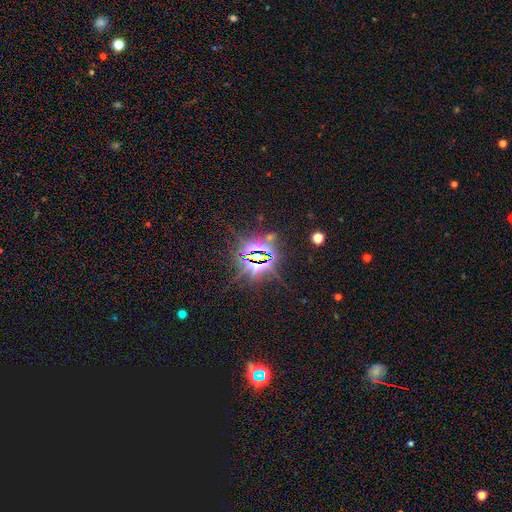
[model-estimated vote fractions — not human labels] Morphology: type=star or artifact (84%).